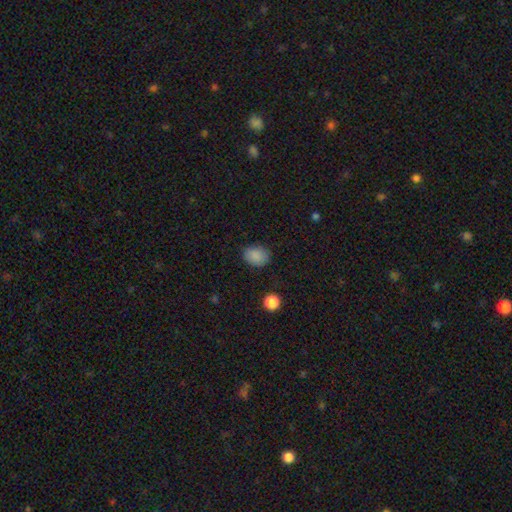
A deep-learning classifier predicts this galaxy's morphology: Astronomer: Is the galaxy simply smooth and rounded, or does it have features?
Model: smooth — 87%.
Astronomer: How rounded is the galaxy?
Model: in between — 62% (runner-up: round, 37%).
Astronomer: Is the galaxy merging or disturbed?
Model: none — 84%.